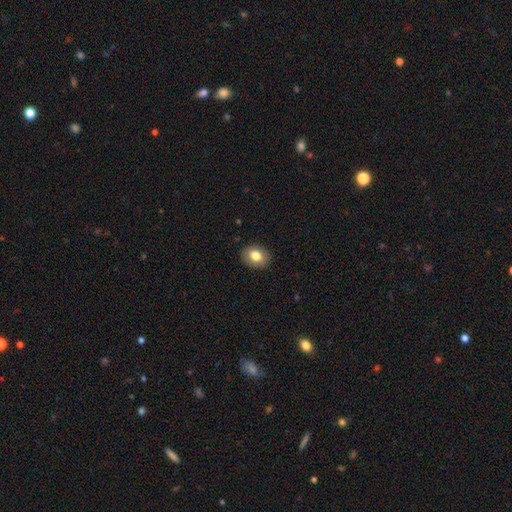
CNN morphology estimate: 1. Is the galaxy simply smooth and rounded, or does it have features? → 80% smooth, 12% featured or disk, 8% star or artifact.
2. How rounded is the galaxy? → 62% in between, 37% round, 1% cigar-shaped.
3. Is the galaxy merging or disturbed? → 89% none, 8% minor disturbance, 2% major disturbance, 1% merger.